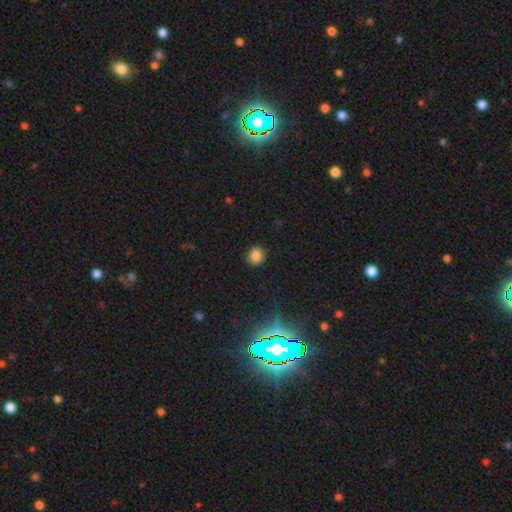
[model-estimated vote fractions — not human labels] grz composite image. It shows a smooth galaxy with no disk features (84%) that is round (84%). Merging: none (90%).